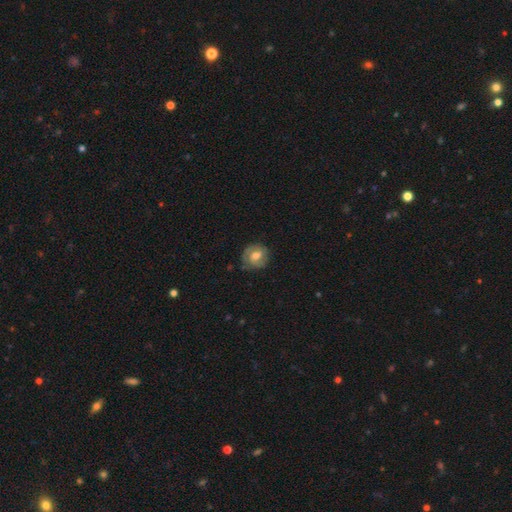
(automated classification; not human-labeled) A featured or disk galaxy (50%).

Vote fractions:
- Smooth or featured? featured or disk: 50% / smooth: 43% / star or artifact: 7%
- Edge-on disk? no: 97% / yes: 3%
- Merging? none: 77% / minor disturbance: 17% / major disturbance: 5% / merger: 1%